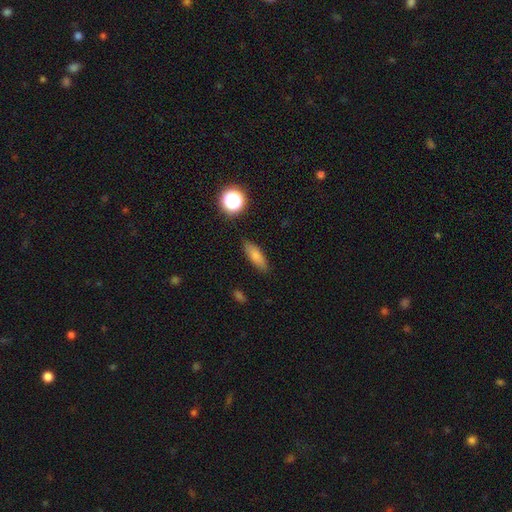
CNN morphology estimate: smooth 77%, featured or disk 13%, star or artifact 10%. Down the decision tree: how rounded — in between (54%); merging — none (84%).